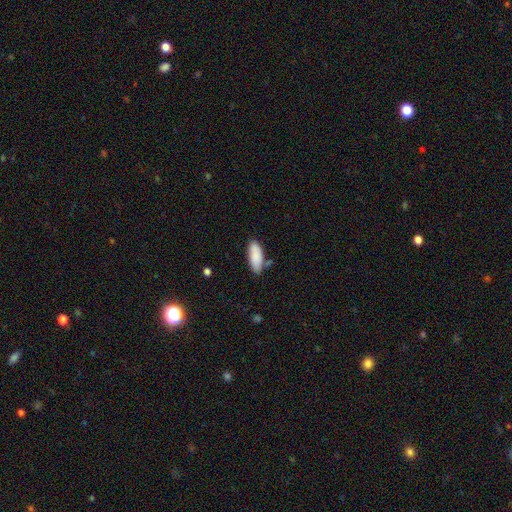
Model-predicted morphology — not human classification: smooth 88%, star or artifact 6%, featured or disk 6%. Down the decision tree: how rounded — in between (77%); merging — none (74%).